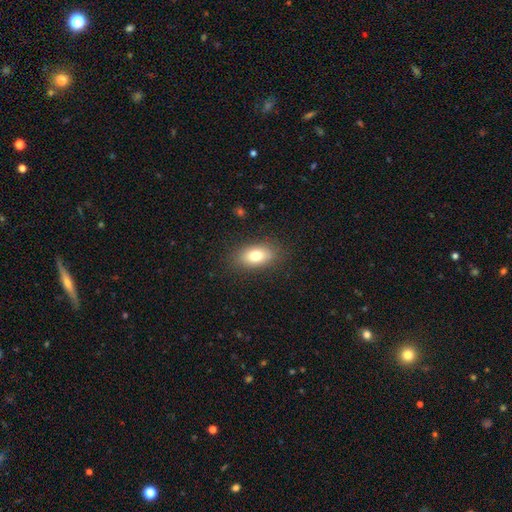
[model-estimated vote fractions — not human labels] This appears to be a smooth galaxy with no disk features (77%) that is in between round and cigar-shaped (87%). Merging: none (85%).